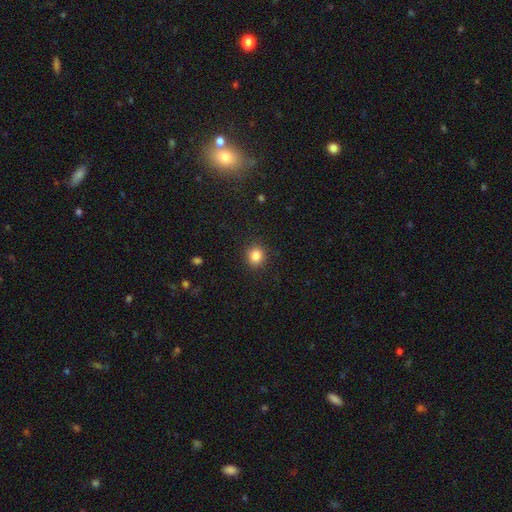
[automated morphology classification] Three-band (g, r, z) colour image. It shows a smooth galaxy with no disk features (85%) that is round (83%). Merging: none (90%).